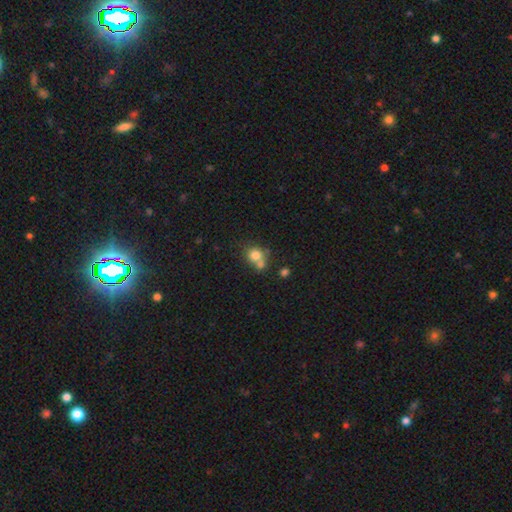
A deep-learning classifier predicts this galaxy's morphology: Smooth or featured: smooth — 77% (featured or disk — 12%)
How rounded: round — 75% (in between — 24%)
Merging: merger — 44% (none — 41%)